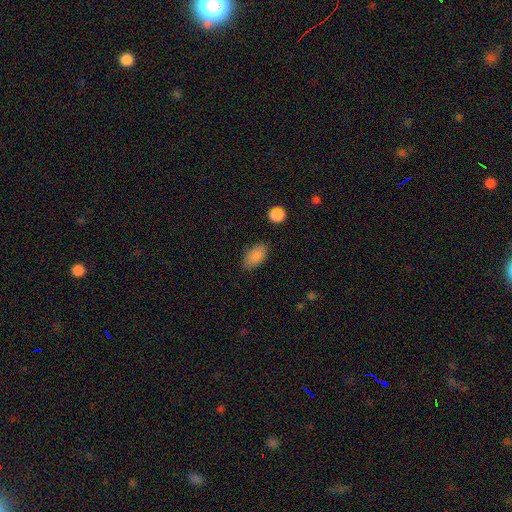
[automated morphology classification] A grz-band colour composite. It shows a smooth galaxy with no disk features (86%) that is in between round and cigar-shaped (92%). Merging: none (80%).